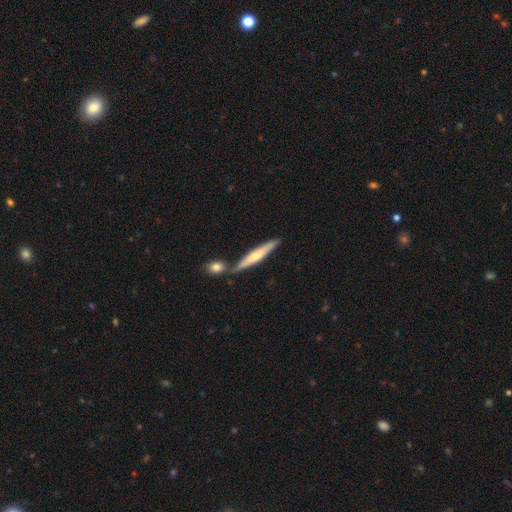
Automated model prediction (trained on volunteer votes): This is possibly a featured or disk galaxy (49%). Merging: likely none (71%).